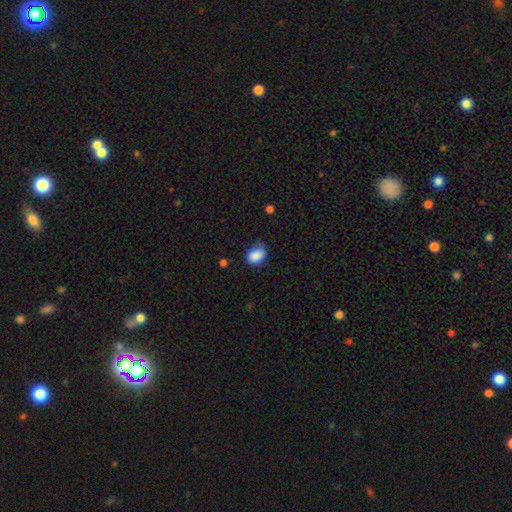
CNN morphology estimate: Smooth or featured: smooth — 86% (star or artifact — 8%)
How rounded: in between — 60% (round — 39%)
Merging: none — 53% (minor disturbance — 37%)